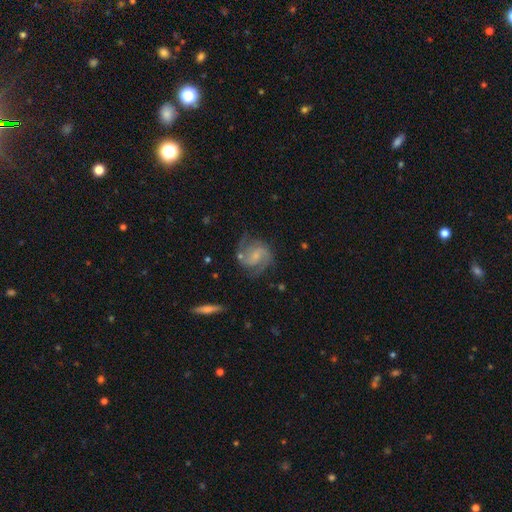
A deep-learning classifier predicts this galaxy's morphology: Overall: featured or disk (83%). Edge-on disk: no (98%). Bar: weak (45%; no 44%). Spiral arms: yes (96%). Spiral arm count: 2 (81%). Spiral winding: medium (55%; tight 24%). Bulge size: small (58%; moderate 22%). Merging: none (68%).